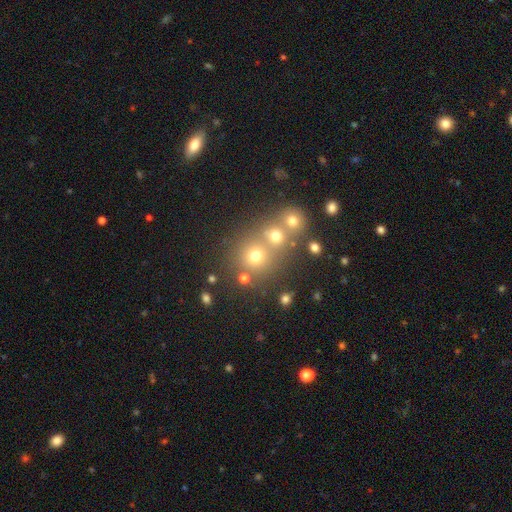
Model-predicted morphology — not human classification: This appears to be a smooth galaxy with no disk features (66%) that is round (86%). Merging: none (56%).